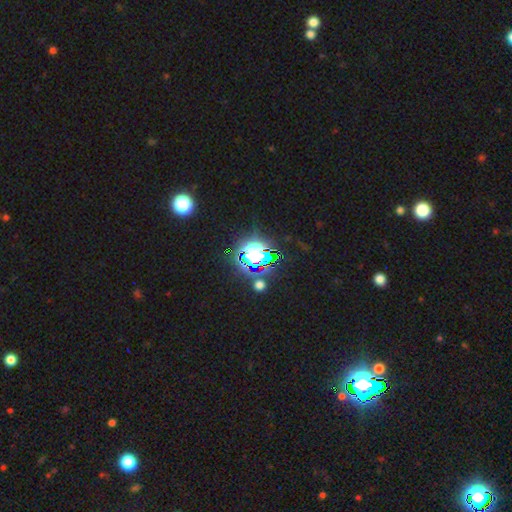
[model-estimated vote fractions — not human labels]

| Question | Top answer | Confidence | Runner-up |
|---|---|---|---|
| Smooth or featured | star or artifact | 69% | smooth (19%) |